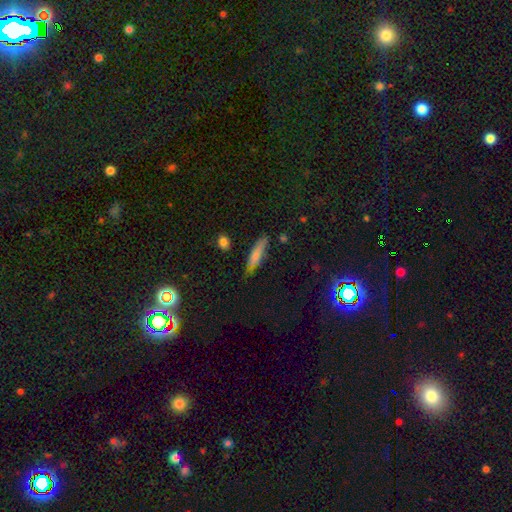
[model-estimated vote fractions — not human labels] Morphology: type=smooth (71%); roundness=cigar-shaped (79%); merging=none (75%).